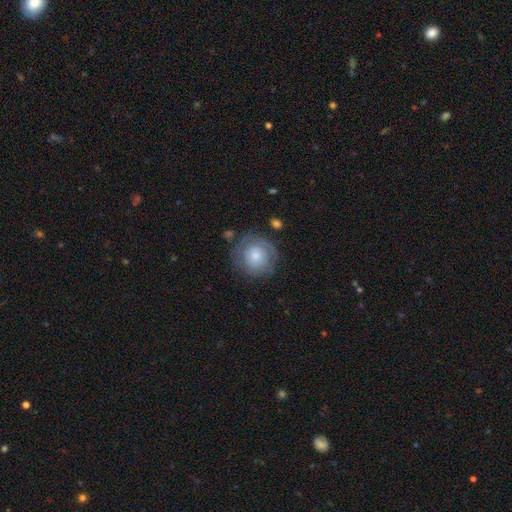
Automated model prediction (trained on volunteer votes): Q: Smooth or featured?
A: smooth (47%); runner-up: featured or disk (46%)
Q: Merging?
A: none (71%); runner-up: minor disturbance (18%)